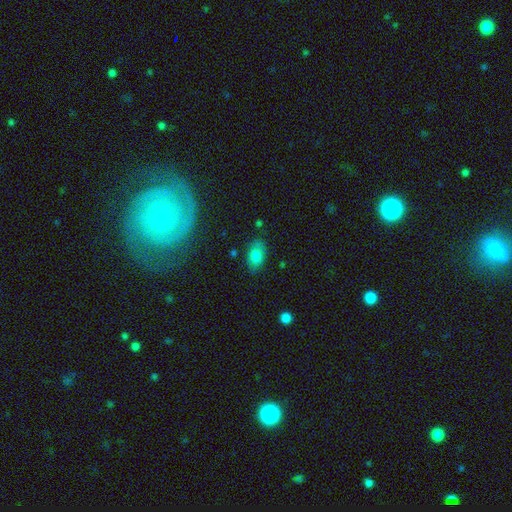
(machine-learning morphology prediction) This is likely a smooth galaxy (80%). How rounded: clearly in between (88%). Merging: likely none (79%).